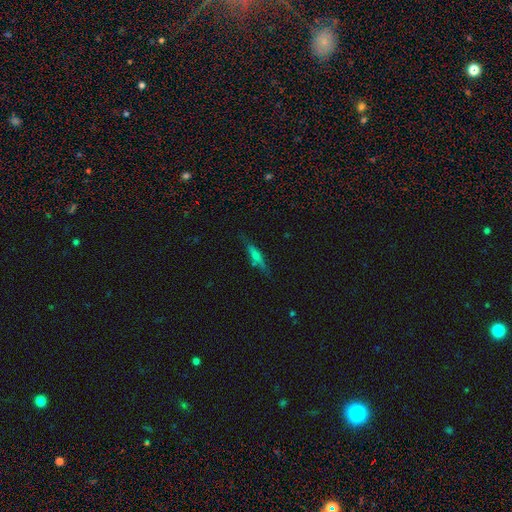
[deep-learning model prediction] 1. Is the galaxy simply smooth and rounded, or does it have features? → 45% smooth (tied), 45% featured or disk (tied), 10% star or artifact.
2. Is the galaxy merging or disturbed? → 77% none, 16% minor disturbance, 4% major disturbance, 3% merger.